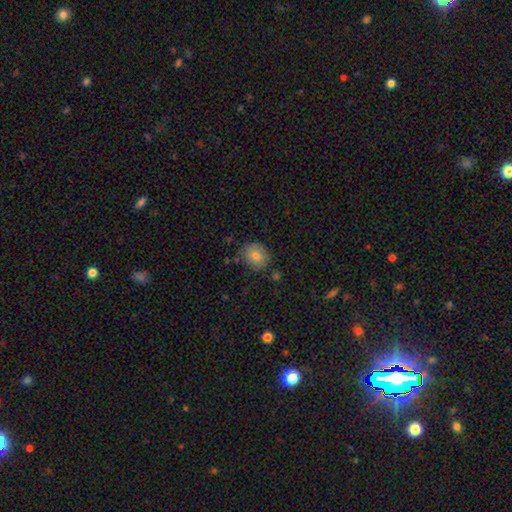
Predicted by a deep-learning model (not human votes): smooth_or_featured: smooth (p=0.78) [alt: featured or disk p=0.13]
how_rounded: round (p=0.64) [alt: in between p=0.35]
merging: none (p=0.77) [alt: minor disturbance p=0.16]